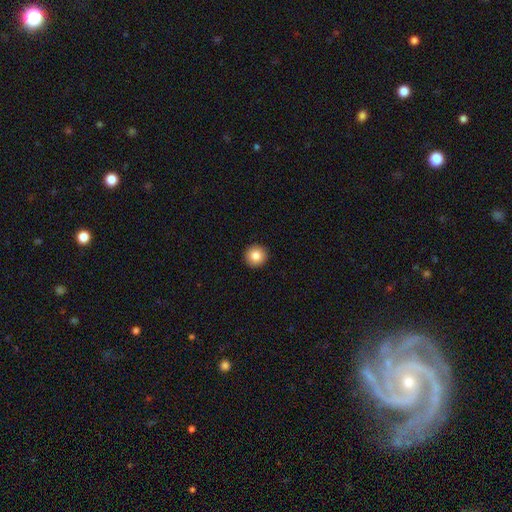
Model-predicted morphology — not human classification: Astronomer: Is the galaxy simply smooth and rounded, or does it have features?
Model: smooth — 84%.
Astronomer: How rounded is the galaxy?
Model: round — 96%.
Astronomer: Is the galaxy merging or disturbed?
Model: none — 94%.